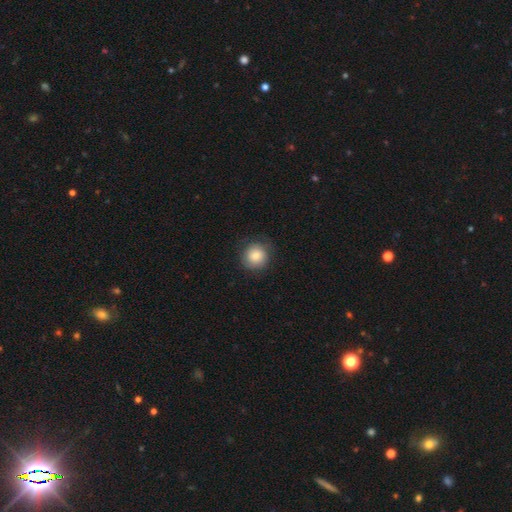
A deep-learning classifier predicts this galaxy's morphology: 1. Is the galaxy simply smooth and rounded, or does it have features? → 81% smooth, 11% featured or disk, 8% star or artifact.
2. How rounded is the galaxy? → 91% round, 8% in between, 1% cigar-shaped.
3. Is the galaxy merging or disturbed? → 80% none, 15% minor disturbance, 5% major disturbance, 1% merger.